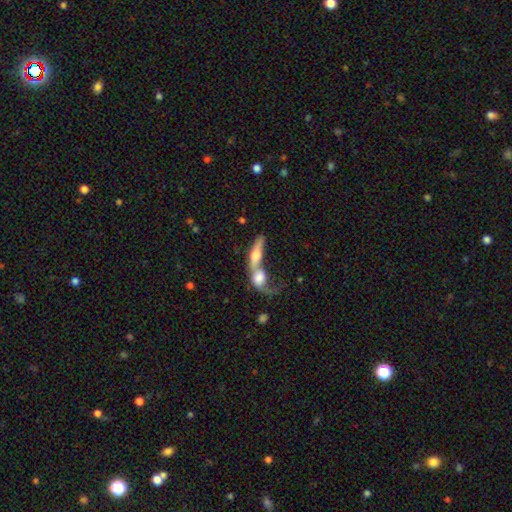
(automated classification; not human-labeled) The model was most divided on "smooth or featured" (2-way tie): smooth: 46%, featured or disk: 46%, star or artifact: 8%. More confident: merging — merger (74%).